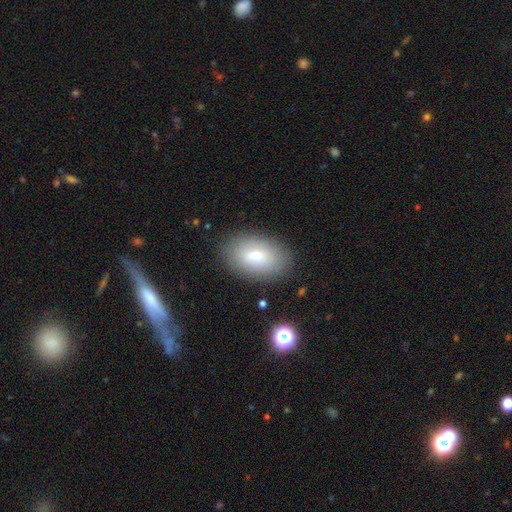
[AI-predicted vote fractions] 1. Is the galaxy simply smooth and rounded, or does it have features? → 71% smooth, 20% featured or disk, 9% star or artifact.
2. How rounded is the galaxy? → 91% in between, 8% round, 2% cigar-shaped.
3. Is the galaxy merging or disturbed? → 85% none, 10% minor disturbance, 3% major disturbance, 2% merger.